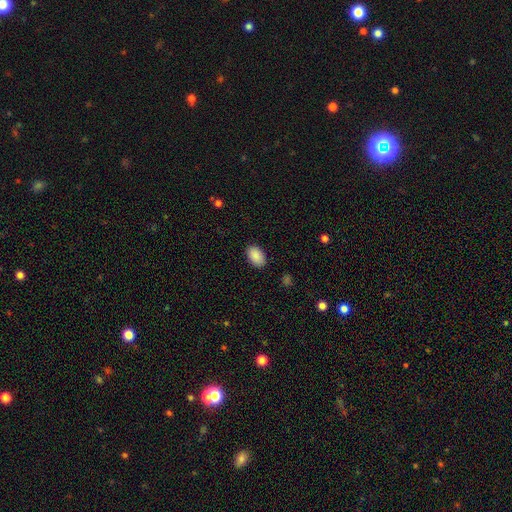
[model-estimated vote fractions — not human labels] smooth-or-featured: smooth: 90% | star or artifact: 7% | featured or disk: 3%
  how-rounded: in between: 92% | round: 7% | cigar-shaped: 1%
  merging: none: 88% | minor disturbance: 9% | major disturbance: 2% | merger: 1%